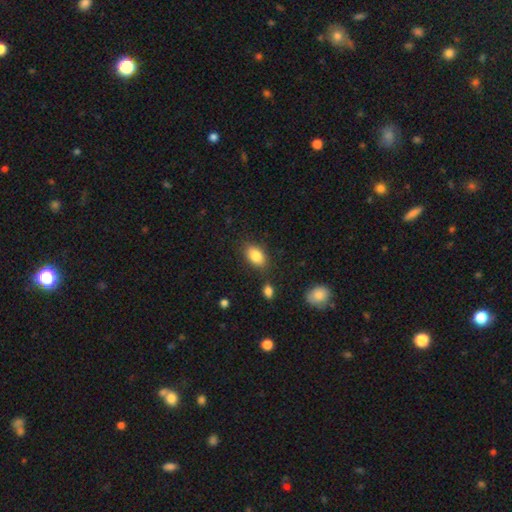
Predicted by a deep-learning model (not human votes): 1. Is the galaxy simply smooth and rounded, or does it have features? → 85% smooth, 8% star or artifact, 8% featured or disk.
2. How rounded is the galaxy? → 89% in between, 8% round, 3% cigar-shaped.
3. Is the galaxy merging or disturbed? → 81% none, 12% minor disturbance, 4% merger, 3% major disturbance.